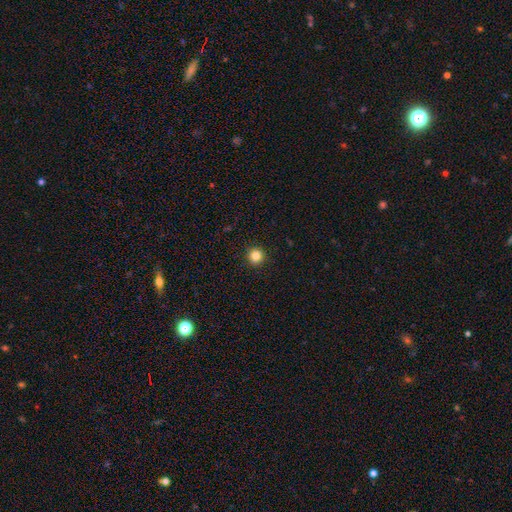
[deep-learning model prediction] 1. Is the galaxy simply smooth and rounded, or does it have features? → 84% smooth, 12% star or artifact, 4% featured or disk.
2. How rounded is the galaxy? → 95% round, 4% in between, 1% cigar-shaped.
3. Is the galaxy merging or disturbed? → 93% none, 4% minor disturbance, 1% major disturbance, 1% merger.